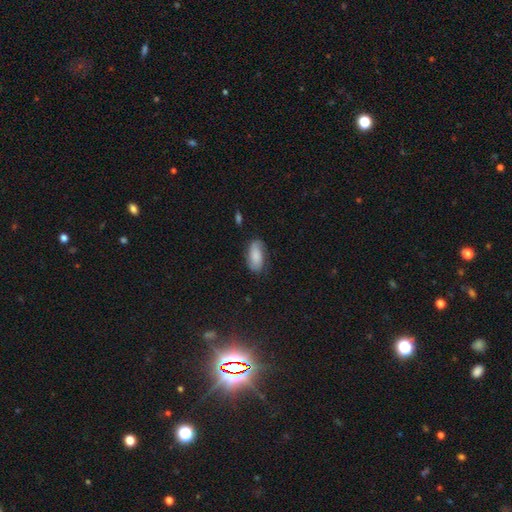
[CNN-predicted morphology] This is likely a smooth galaxy (69%). How rounded: clearly in between (91%). Merging: likely none (70%).